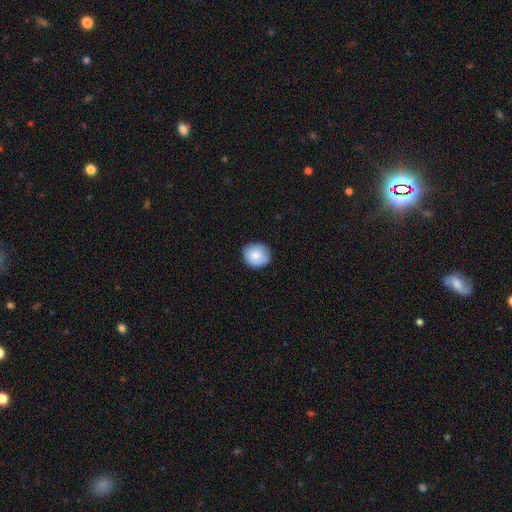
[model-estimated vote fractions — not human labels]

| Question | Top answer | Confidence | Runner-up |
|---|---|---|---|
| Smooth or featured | smooth | 82% | featured or disk (11%) |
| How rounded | round | 75% | in between (25%) |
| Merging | none | 82% | minor disturbance (15%) |